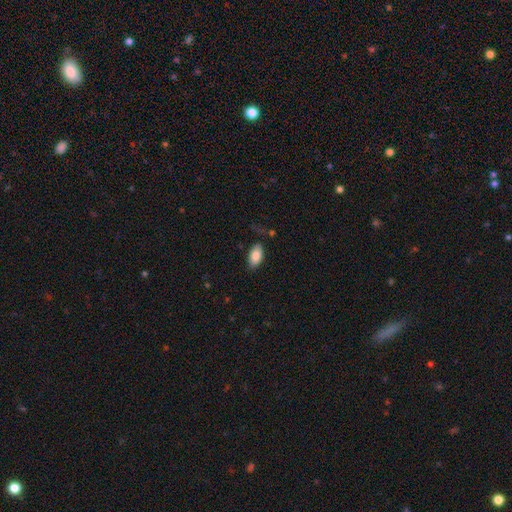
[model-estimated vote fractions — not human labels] smooth 86%, featured or disk 8%, star or artifact 7%. Down the decision tree: how rounded — in between (94%); merging — none (79%).